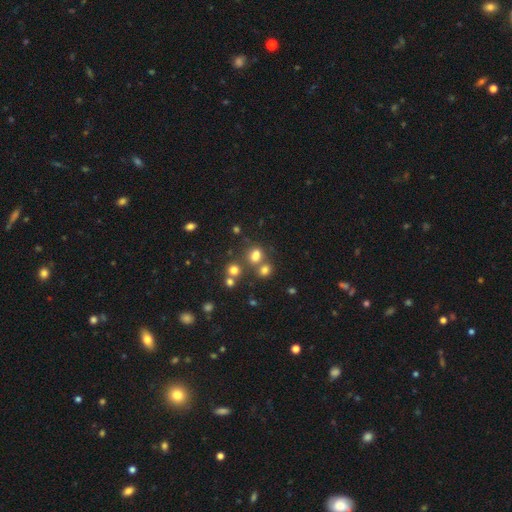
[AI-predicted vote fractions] Overall: smooth (72%). How rounded: round (58%; in between 41%). Merging: none (54%; merger 30%).